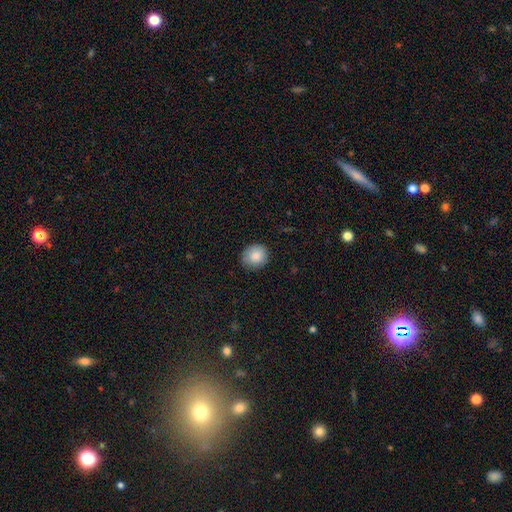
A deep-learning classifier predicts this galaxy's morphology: Overall: smooth (86%). How rounded: round (81%). Merging: none (86%).